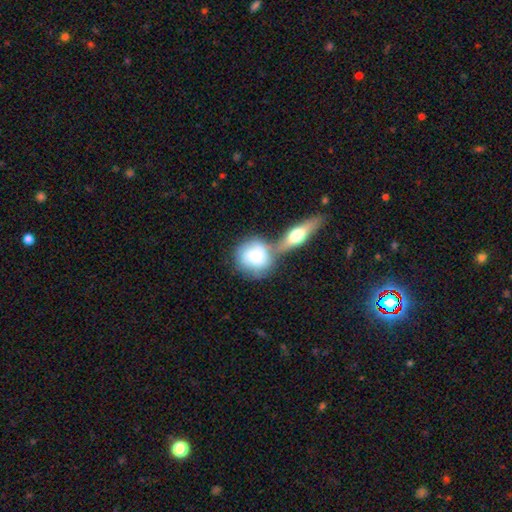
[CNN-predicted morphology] The model was most divided on "merging": merger: 49%, none: 32%, minor disturbance: 12%, major disturbance: 7%. More confident: how rounded — round (69%); smooth or featured — smooth (58%).